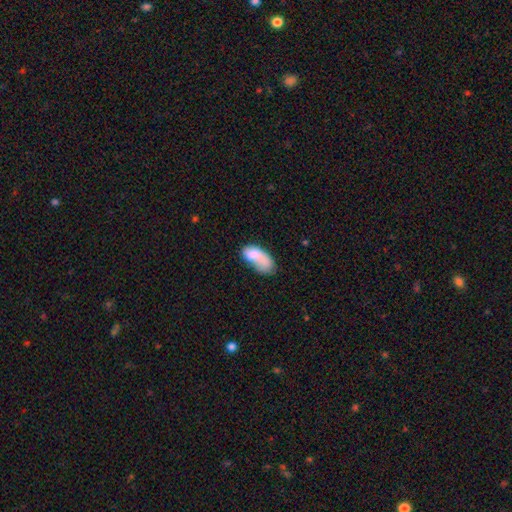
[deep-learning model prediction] Q: Smooth or featured?
A: smooth (74%); runner-up: featured or disk (18%)
Q: How rounded?
A: in between (90%); runner-up: cigar-shaped (6%)
Q: Merging?
A: merger (26%); tied with: none (26%)